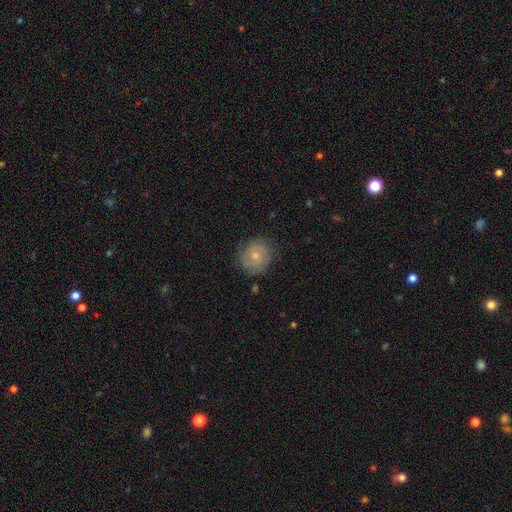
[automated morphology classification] Smooth or featured? Predicted: smooth (p=0.52). How rounded? Predicted: round (p=0.87). Merging? Predicted: none (p=0.77).